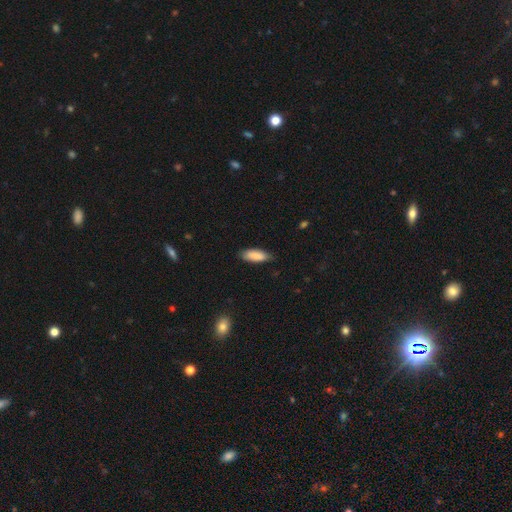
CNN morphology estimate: smooth 87%, featured or disk 7%, star or artifact 6%. Down the decision tree: how rounded — in between (72%); merging — none (80%).